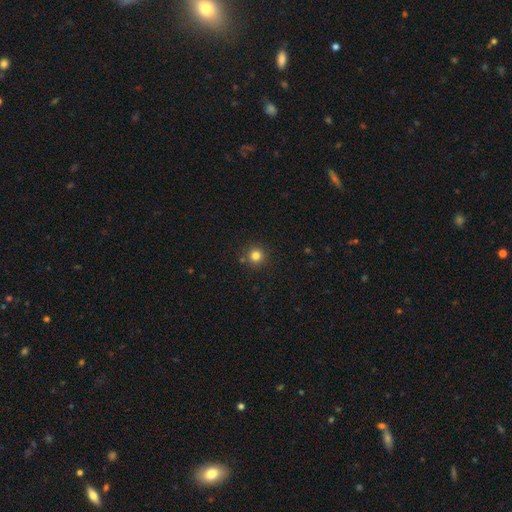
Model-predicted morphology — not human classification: This appears to be a smooth galaxy with no disk features (81%) that is round (94%). Merging: none (86%).